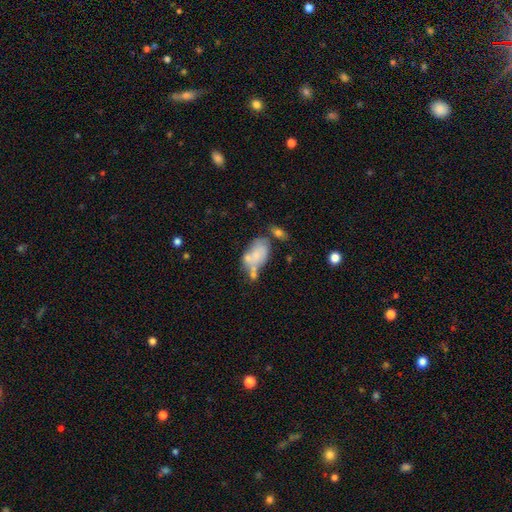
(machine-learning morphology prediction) smooth_or_featured: smooth (p=0.61) [alt: featured or disk p=0.30]
how_rounded: in between (p=0.90) [alt: round p=0.08]
merging: merger (p=0.33) [alt: none p=0.28]